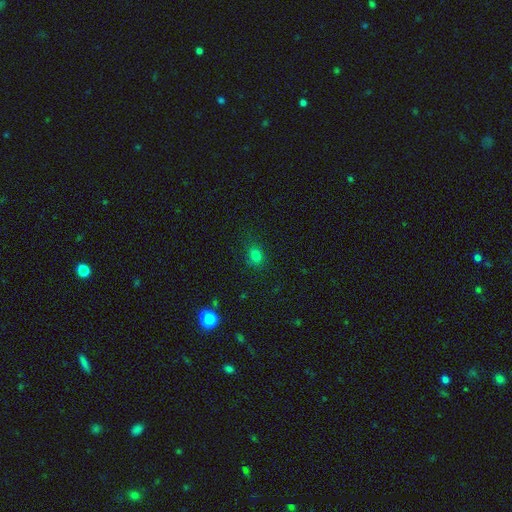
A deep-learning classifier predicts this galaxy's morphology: This appears to be a smooth galaxy with no disk features (77%) that is round (57%). Merging: none (79%).